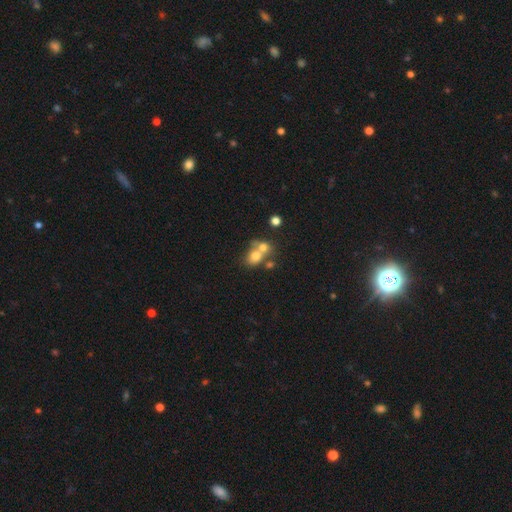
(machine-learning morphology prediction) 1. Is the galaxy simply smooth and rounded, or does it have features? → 70% smooth, 17% featured or disk, 13% star or artifact.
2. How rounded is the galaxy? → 60% round, 39% in between, 1% cigar-shaped.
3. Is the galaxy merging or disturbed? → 60% merger, 29% none, 7% minor disturbance, 4% major disturbance.